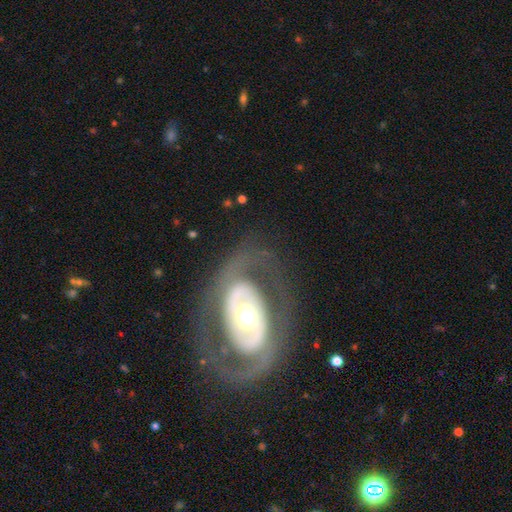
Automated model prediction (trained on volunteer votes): A featured or disk galaxy (82%) with no bar (60%), 2 (80%) tight (40%, tied with medium) spiral arms (67%) and a moderate central bulge (63%).

Vote fractions:
- Smooth or featured? featured or disk: 82% / smooth: 13% / star or artifact: 5%
- Edge-on disk? no: 95% / yes: 5%
- Bar? no: 60% / weak: 22% / strong: 18%
- Spiral arms? yes: 67% / no: 33%
- Spiral winding? tight: 40% (tied) / medium: 40% (tied) / loose: 20%
- Spiral arm count? 2: 80% / can't tell: 11% / 1: 4% / 3: 2% / 4: 2% / more than 4: 2%
- Bulge size? moderate: 63% / large: 20% / small: 14% / dominant: 3% / none: 1%
- Merging? none: 78% / minor disturbance: 11% / major disturbance: 10% / merger: 1%